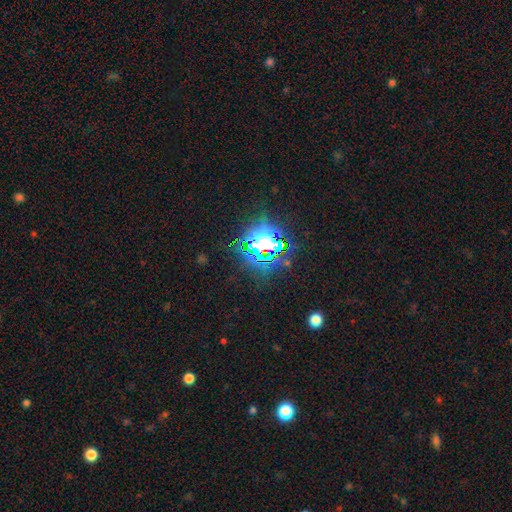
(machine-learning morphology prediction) This is likely a star or artifact rather than a galaxy (80%).